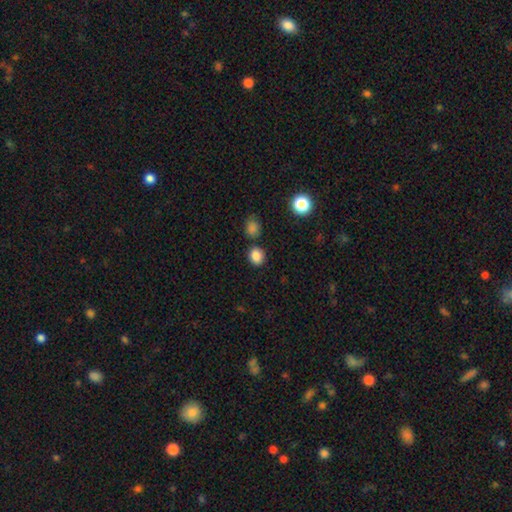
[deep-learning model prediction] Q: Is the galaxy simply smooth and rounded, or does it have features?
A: smooth — 84%.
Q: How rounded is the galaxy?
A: round — 67%.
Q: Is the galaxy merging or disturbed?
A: none — 79%.